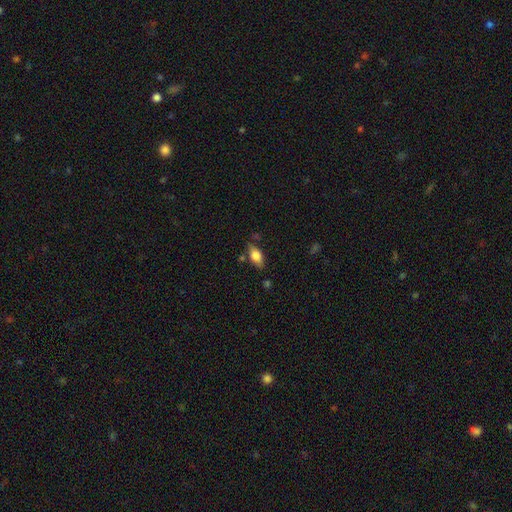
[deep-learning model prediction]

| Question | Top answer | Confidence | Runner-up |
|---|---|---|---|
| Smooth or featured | smooth | 71% | featured or disk (21%) |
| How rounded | in between | 85% | cigar-shaped (10%) |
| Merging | none | 73% | minor disturbance (18%) |